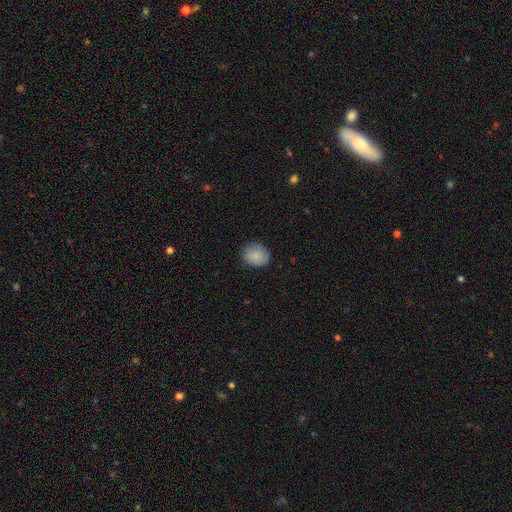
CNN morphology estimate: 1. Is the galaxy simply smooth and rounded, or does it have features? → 86% smooth, 7% featured or disk, 7% star or artifact.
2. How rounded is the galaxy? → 66% round, 33% in between, 1% cigar-shaped.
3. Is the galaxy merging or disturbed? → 81% none, 15% minor disturbance, 3% major disturbance, 1% merger.